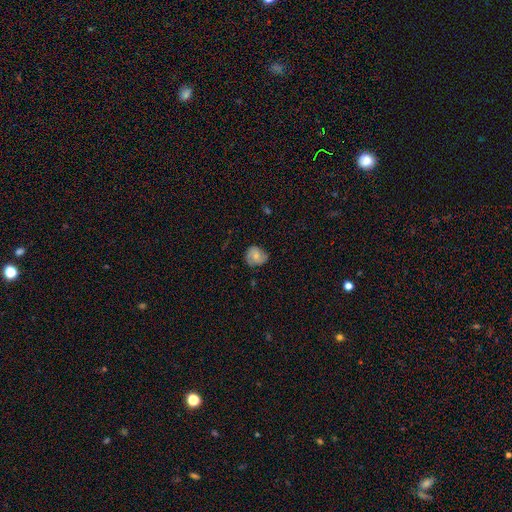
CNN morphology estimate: type=smooth (61%); roundness=round (74%); merging=none (64%).